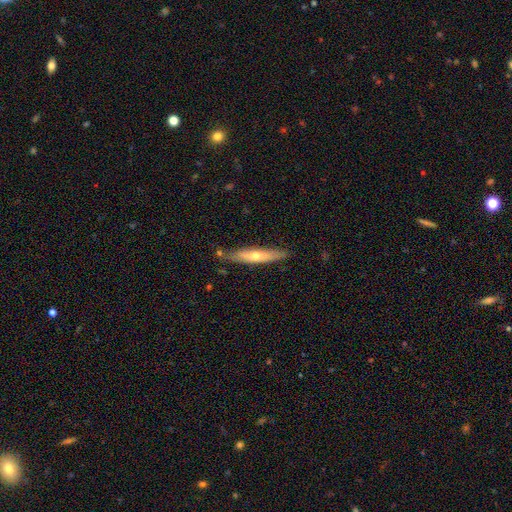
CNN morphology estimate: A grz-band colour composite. It shows a featured or disk galaxy (49%). Merging: none (81%).